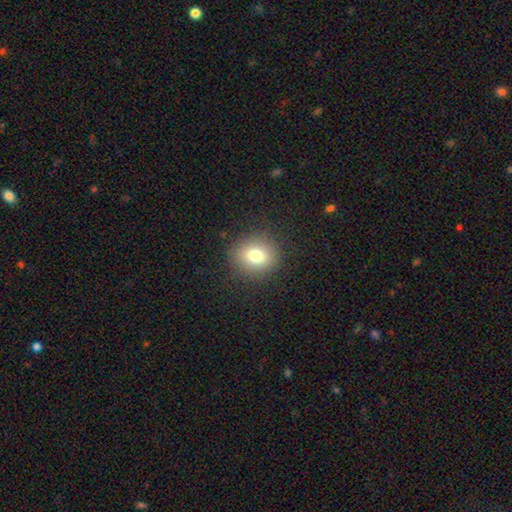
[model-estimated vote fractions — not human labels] Smooth or featured: smooth — 76% (star or artifact — 13%)
How rounded: round — 80% (in between — 19%)
Merging: none — 88% (minor disturbance — 7%)